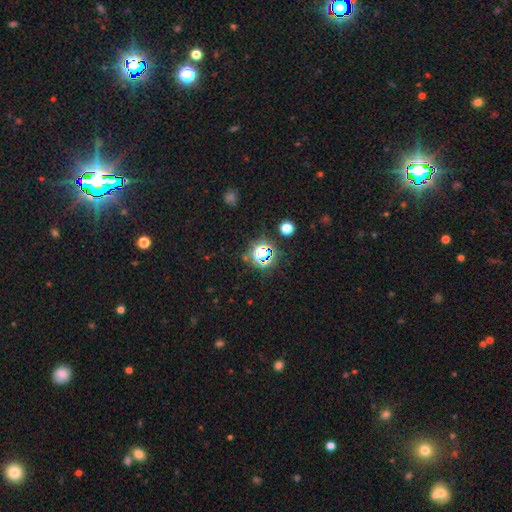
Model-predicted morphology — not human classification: star or artifact 72%, smooth 21%, featured or disk 7%.